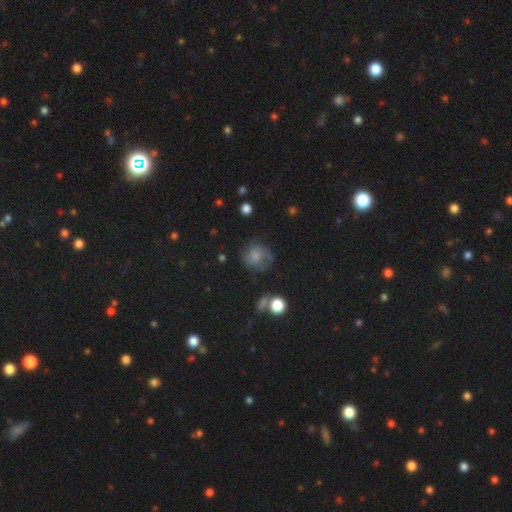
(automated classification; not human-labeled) Smooth or featured: smooth — 60% (featured or disk — 28%)
How rounded: round — 77% (in between — 22%)
Merging: none — 53% (minor disturbance — 25%)